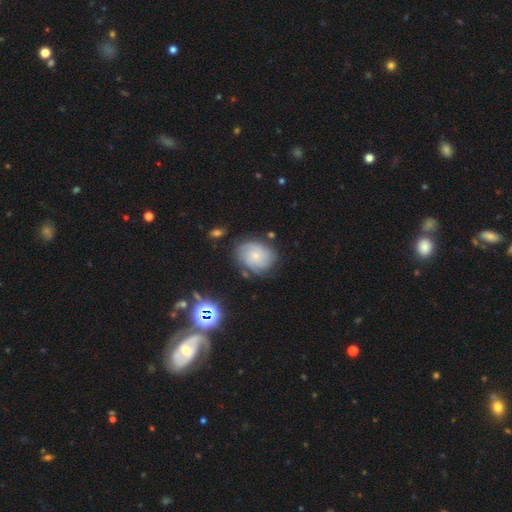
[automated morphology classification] The model was most divided on "smooth or featured": featured or disk: 56%, smooth: 34%, star or artifact: 10%. More confident: edge-on disk — no (97%); spiral arms — yes (84%); bar — no (83%); bulge size — small (78%); merging — none (72%).